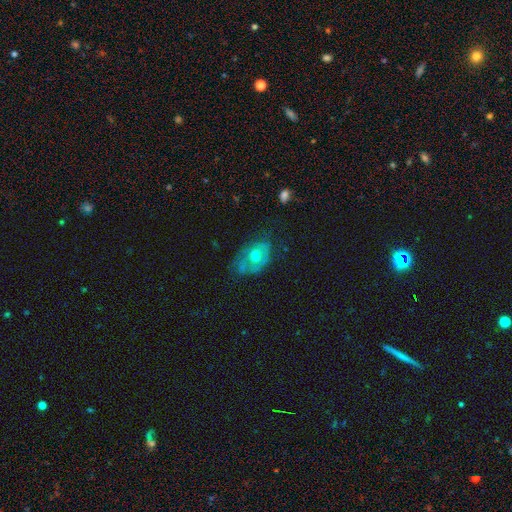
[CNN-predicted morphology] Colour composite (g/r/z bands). It shows a featured or disk galaxy (51%). Merging: none (43%).